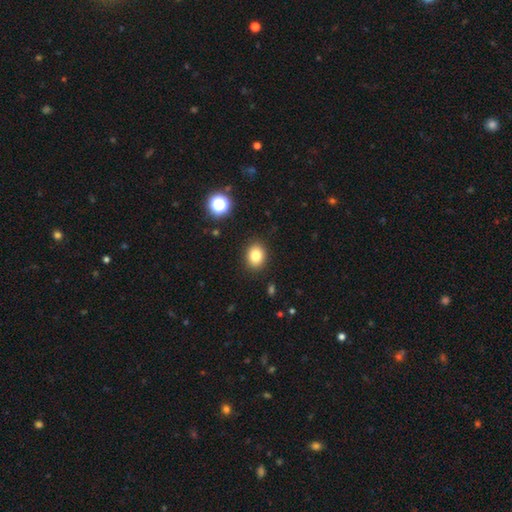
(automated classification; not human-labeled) Smooth or featured?
  - smooth: 82% *
  - star or artifact: 11%
  - featured or disk: 7%
How rounded?
  - round: 52% *
  - in between: 47%
  - cigar-shaped: 1%
Merging?
  - none: 90% *
  - minor disturbance: 7%
  - major disturbance: 2%
  - merger: 1%